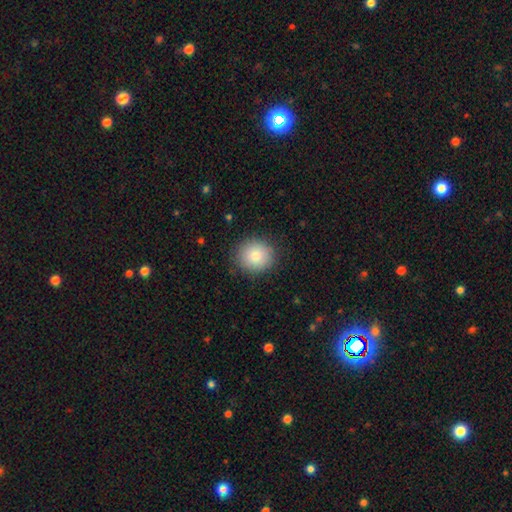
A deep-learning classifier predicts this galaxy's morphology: Q: Smooth or featured?
A: smooth (83%); runner-up: star or artifact (9%)
Q: How rounded?
A: round (84%); runner-up: in between (15%)
Q: Merging?
A: none (88%); runner-up: minor disturbance (9%)